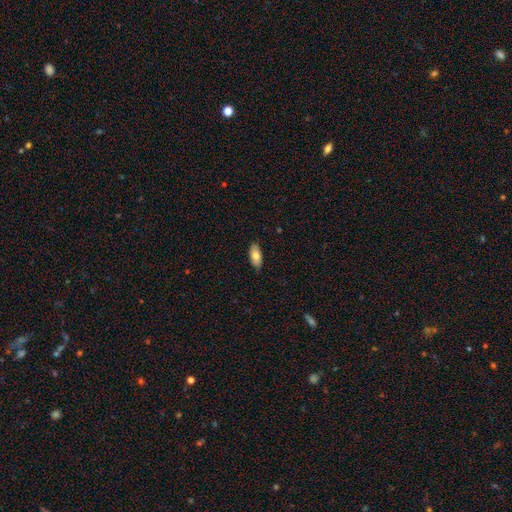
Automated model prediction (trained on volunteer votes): Overall: smooth (78%). How rounded: in between (88%). Merging: none (86%).